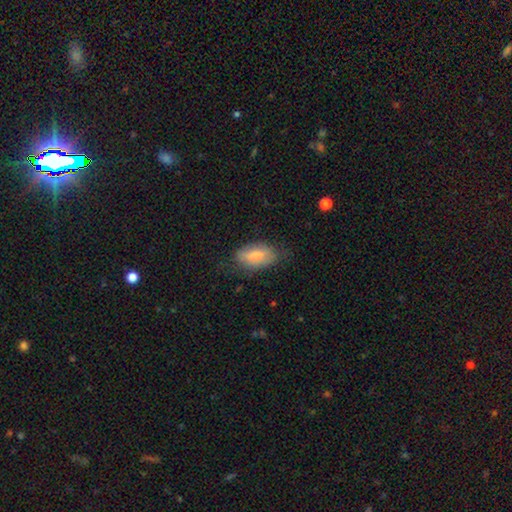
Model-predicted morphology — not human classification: Smooth or featured: smooth — 77% (featured or disk — 17%)
How rounded: in between — 89% (cigar-shaped — 8%)
Merging: none — 65% (minor disturbance — 26%)